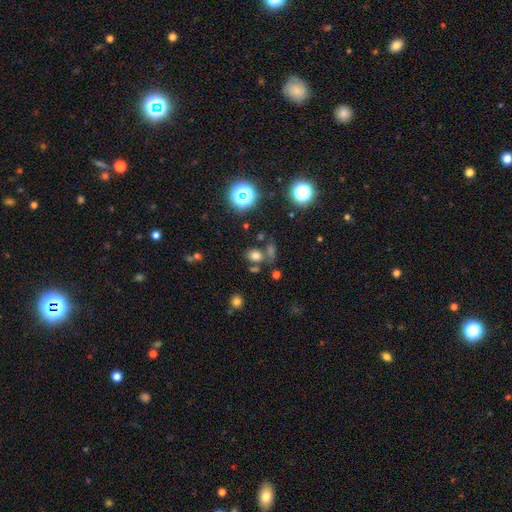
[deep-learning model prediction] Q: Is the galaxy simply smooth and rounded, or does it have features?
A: smooth — 69%.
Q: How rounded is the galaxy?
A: in between — 53%.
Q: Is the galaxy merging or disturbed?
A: none — 68%.